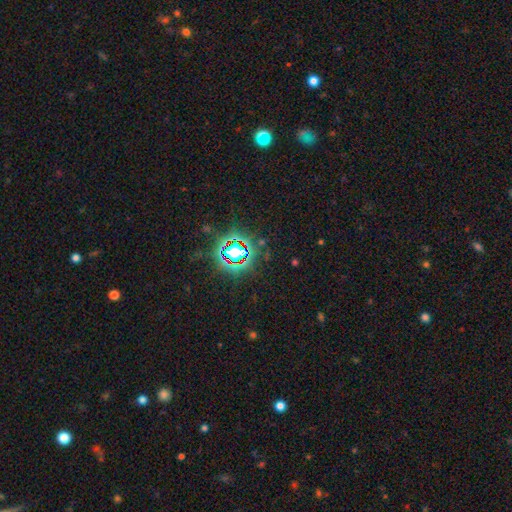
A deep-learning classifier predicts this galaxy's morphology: A star or artifact, not a galaxy (81%).